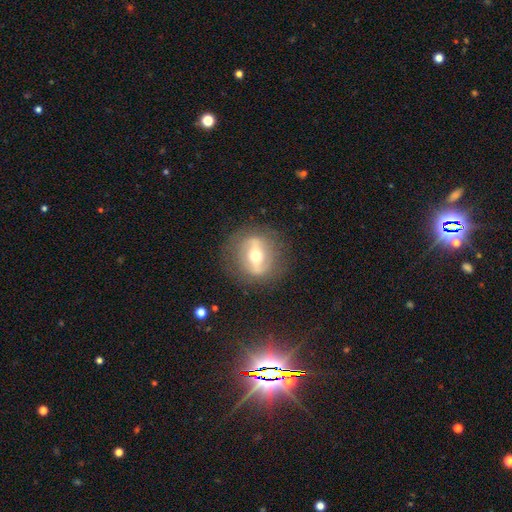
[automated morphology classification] Smooth or featured? Predicted: featured or disk (p=0.69). Edge-on disk? Predicted: no (p=0.81). Bar? Predicted: strong (p=0.65). Spiral arms? Predicted: no (p=0.61). Bulge size? Predicted: moderate (p=0.69). Merging? Predicted: none (p=0.79).